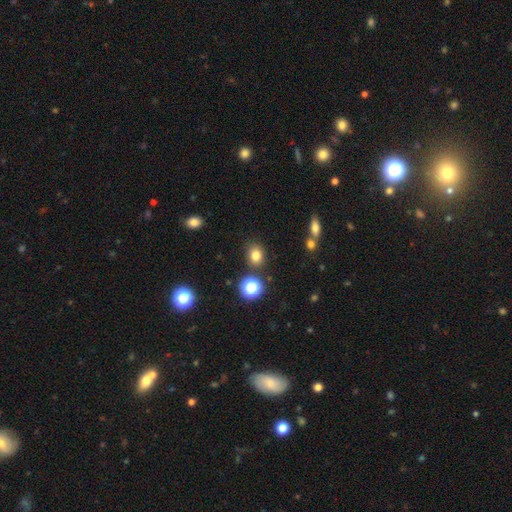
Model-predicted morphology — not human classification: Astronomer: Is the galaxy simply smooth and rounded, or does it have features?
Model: smooth — 78%.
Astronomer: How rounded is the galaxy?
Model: round — 64%.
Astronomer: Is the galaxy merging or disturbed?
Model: none — 82%.